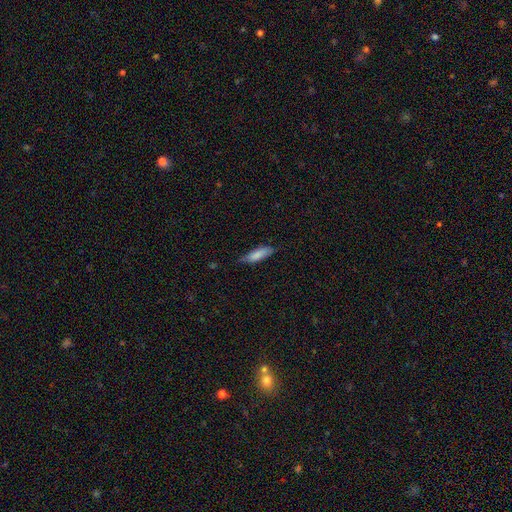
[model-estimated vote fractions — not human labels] Smooth or featured? Predicted: smooth (p=0.82). How rounded? Predicted: cigar-shaped (p=0.53). Merging? Predicted: none (p=0.71).